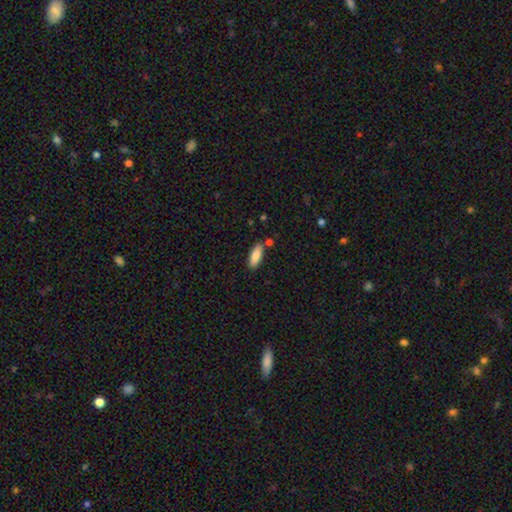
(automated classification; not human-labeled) Smooth or featured? smooth (84%)
How rounded? in between (62%)
Merging? none (80%)